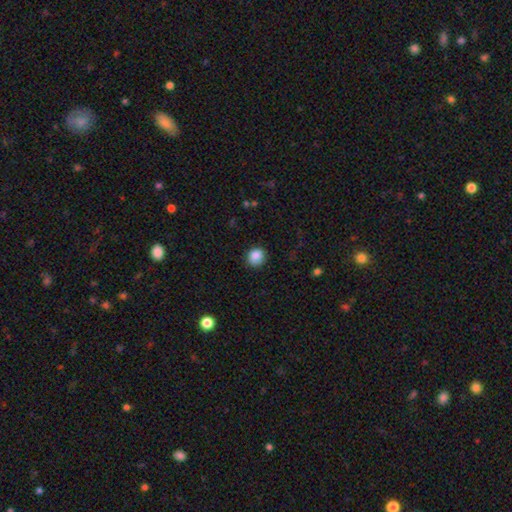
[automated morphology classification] smooth-or-featured: smooth: 87% | star or artifact: 9% | featured or disk: 4%
  how-rounded: round: 87% | in between: 12% | cigar-shaped: 1%
  merging: none: 84% | minor disturbance: 12% | major disturbance: 3% | merger: 1%